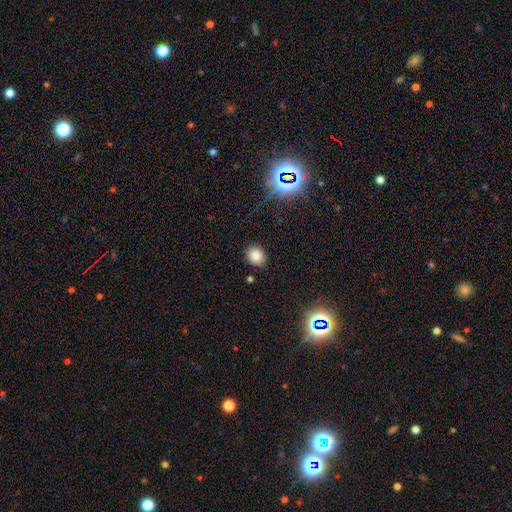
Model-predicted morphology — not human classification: Smooth or featured: smooth — 81% (star or artifact — 13%)
How rounded: round — 50% (in between — 49%)
Merging: none — 87% (minor disturbance — 9%)